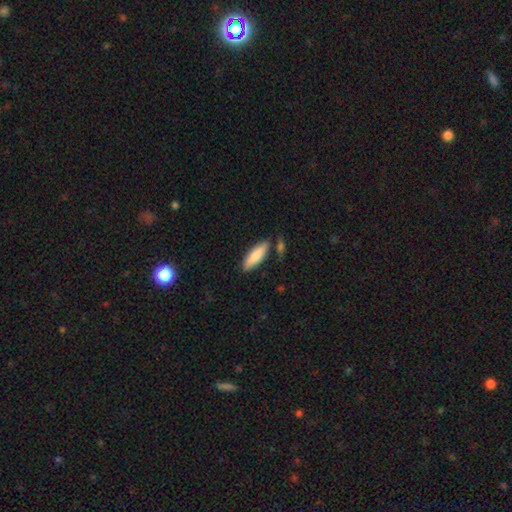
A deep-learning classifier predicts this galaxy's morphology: Smooth or featured? Predicted: smooth (p=0.84). How rounded? Predicted: in between (p=0.50). Merging? Predicted: none (p=0.77).